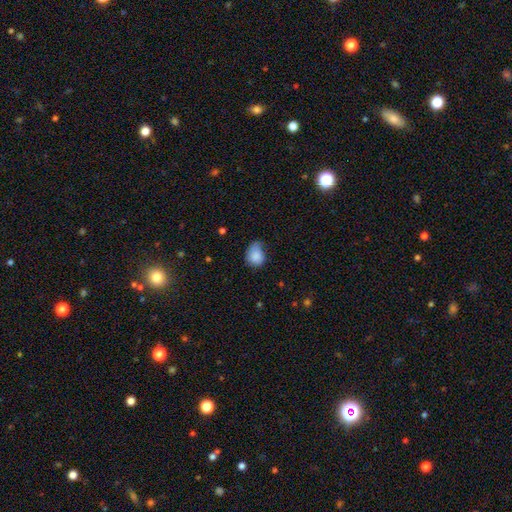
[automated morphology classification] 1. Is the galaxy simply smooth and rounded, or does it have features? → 85% smooth, 8% star or artifact, 7% featured or disk.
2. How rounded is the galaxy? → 55% in between, 44% round, 1% cigar-shaped.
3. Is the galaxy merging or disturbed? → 44% none, 43% minor disturbance, 11% major disturbance, 2% merger.